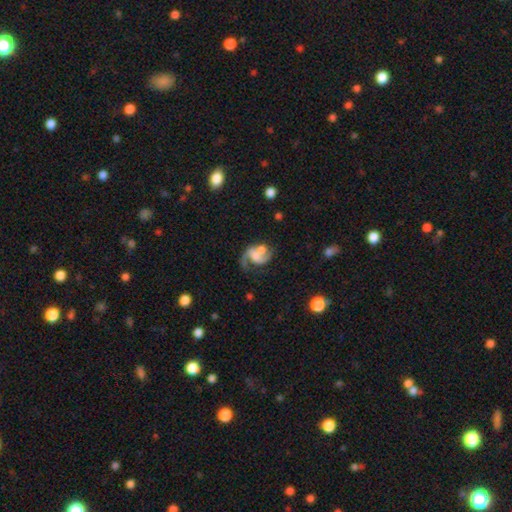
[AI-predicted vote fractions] This appears to be a featured or disk galaxy (74%) with no bar (54%), 2 (75%) loose (51%) spiral arms (89%) and a moderate central bulge (33%). Merging: none (33%).